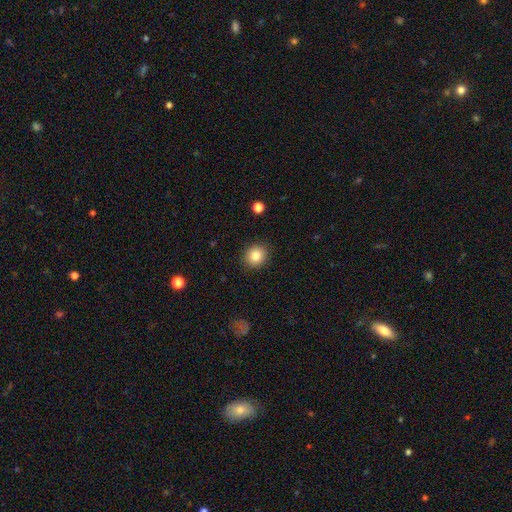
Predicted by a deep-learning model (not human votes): Smooth or featured? Predicted: smooth (p=0.84). How rounded? Predicted: round (p=0.83). Merging? Predicted: none (p=0.91).